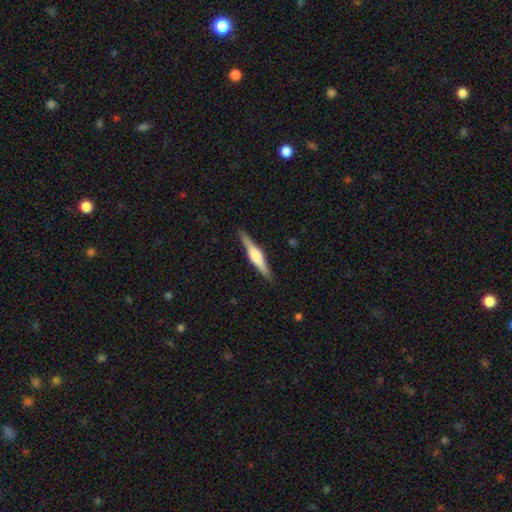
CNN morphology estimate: featured or disk 66%, smooth 29%, star or artifact 6%. Down the decision tree: edge-on disk — yes (98%); edge-on bulge — rounded (76%); merging — none (89%).